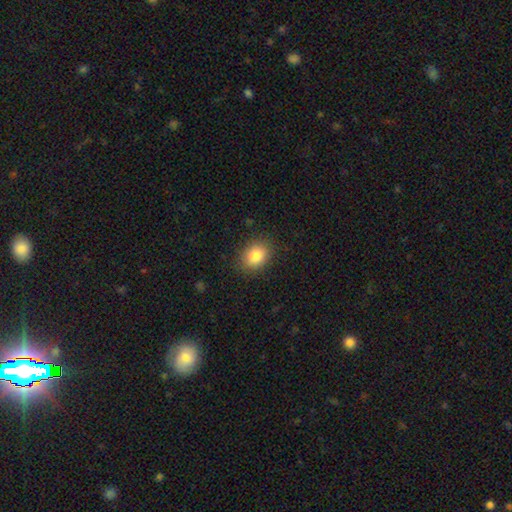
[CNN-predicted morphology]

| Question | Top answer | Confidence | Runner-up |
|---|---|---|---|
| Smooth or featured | smooth | 85% | star or artifact (9%) |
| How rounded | in between | 60% | round (39%) |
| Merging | none | 86% | minor disturbance (10%) |